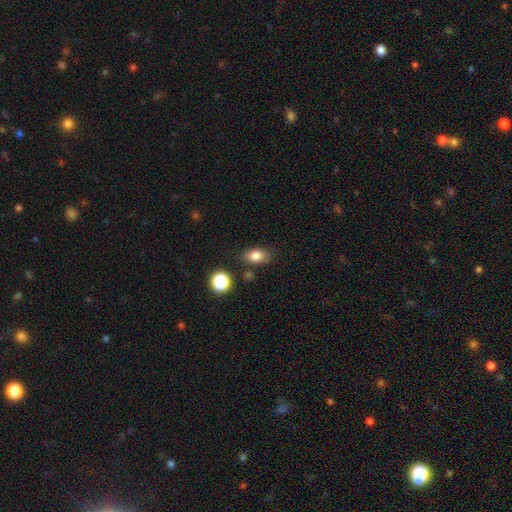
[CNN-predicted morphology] A smooth galaxy with no disk features (81%) that is in between round and cigar-shaped (78%).

Vote fractions:
- Smooth or featured? smooth: 81% / star or artifact: 11% / featured or disk: 8%
- How rounded? in between: 78% / round: 20% / cigar-shaped: 2%
- Merging? none: 78% / minor disturbance: 13% / merger: 5% / major disturbance: 3%